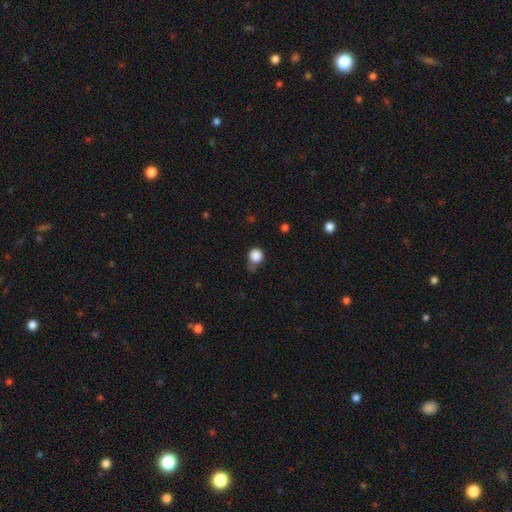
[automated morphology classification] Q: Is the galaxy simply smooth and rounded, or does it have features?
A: smooth — 86%.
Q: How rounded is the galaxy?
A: round — 89%.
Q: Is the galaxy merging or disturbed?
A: none — 57%.